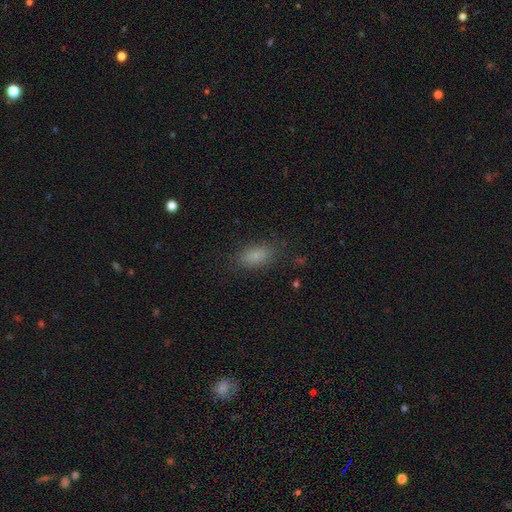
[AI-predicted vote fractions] This is clearly a smooth galaxy (81%). How rounded: clearly in between (89%). Merging: likely none (80%).